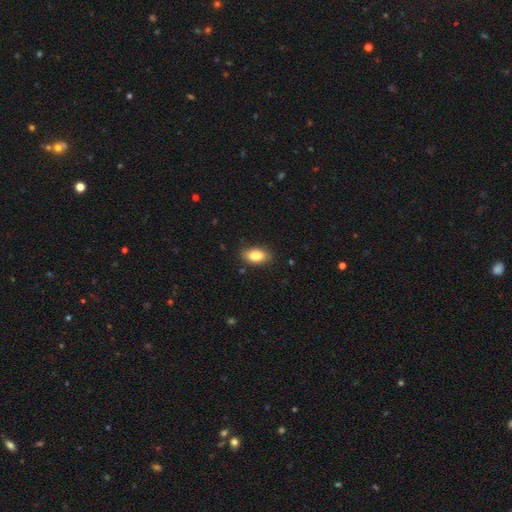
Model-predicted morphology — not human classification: Overall: smooth (85%). How rounded: in between (91%). Merging: none (86%).